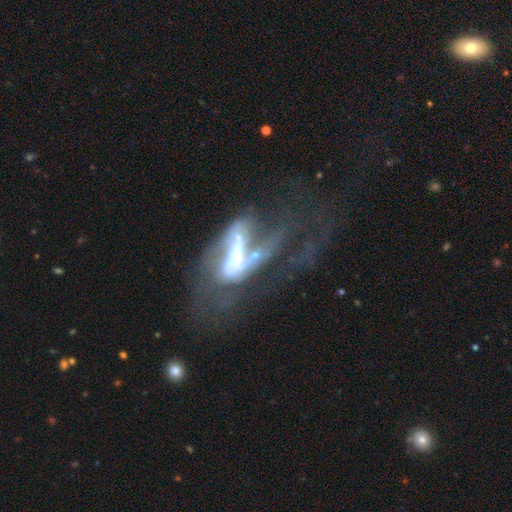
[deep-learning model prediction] Smooth or featured? Predicted: featured or disk (p=0.72). Edge-on disk? Predicted: no (p=0.92). Bar? Predicted: no (p=0.50). Spiral arms? Predicted: yes (p=0.52). Bulge size? Predicted: moderate (p=0.42). Merging? Predicted: major disturbance (p=0.40).